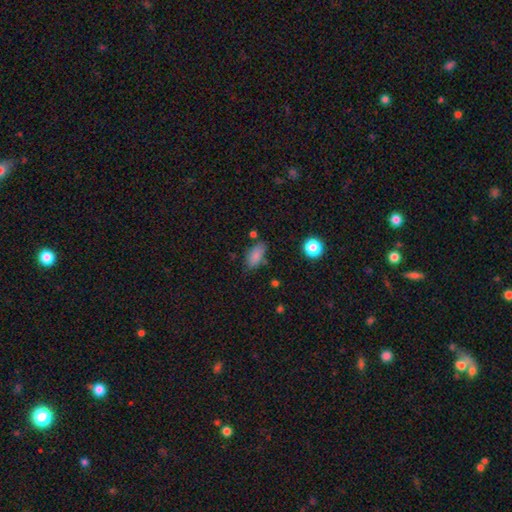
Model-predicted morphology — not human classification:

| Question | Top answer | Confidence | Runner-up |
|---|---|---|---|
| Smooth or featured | smooth | 83% | star or artifact (9%) |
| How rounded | in between | 88% | cigar-shaped (7%) |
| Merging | none | 69% | minor disturbance (20%) |